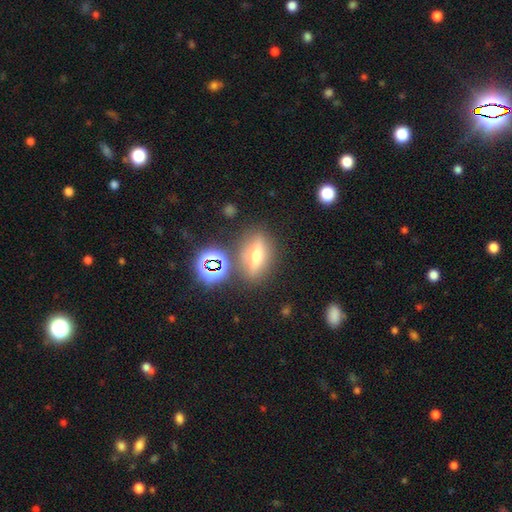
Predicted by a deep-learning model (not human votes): Smooth or featured? Predicted: featured or disk (p=0.45). Merging? Predicted: none (p=0.79).